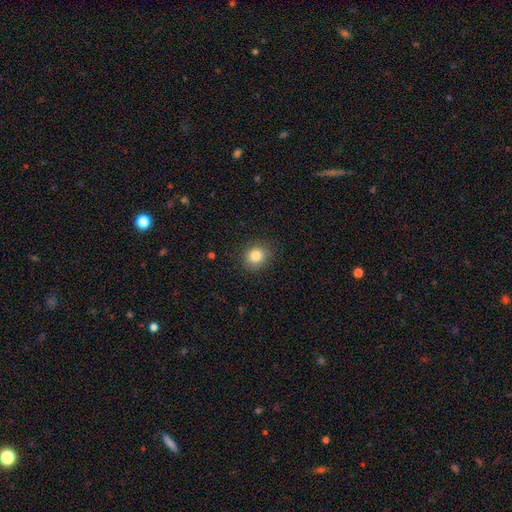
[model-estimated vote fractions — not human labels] Smooth or featured: smooth — 84% (star or artifact — 10%)
How rounded: round — 73% (in between — 26%)
Merging: none — 86% (minor disturbance — 10%)